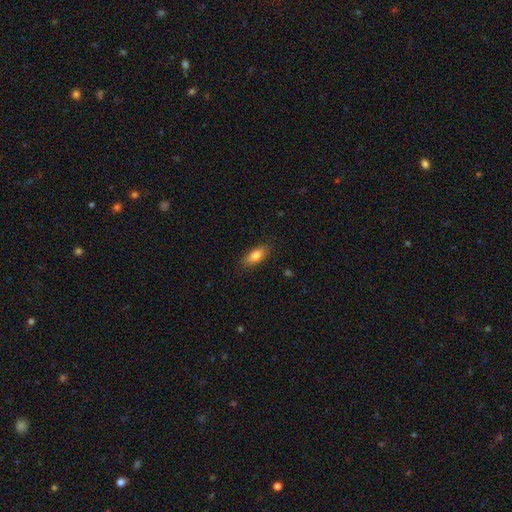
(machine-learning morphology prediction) The model was most divided on "how rounded": in between: 76%, cigar-shaped: 20%, round: 3%. More confident: merging — none (85%); smooth or featured — smooth (79%).